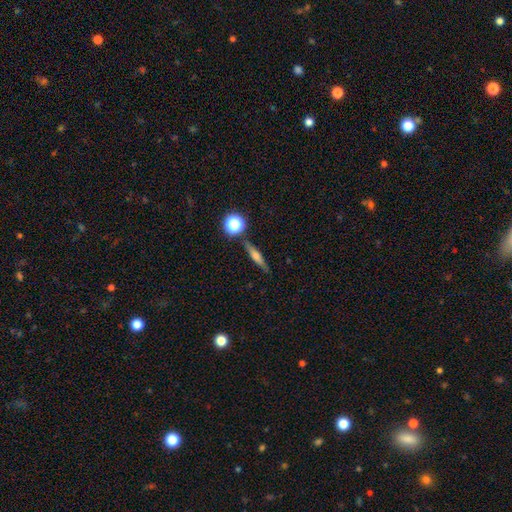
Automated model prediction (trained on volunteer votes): Morphology: type=smooth (49%); merging=none (84%).